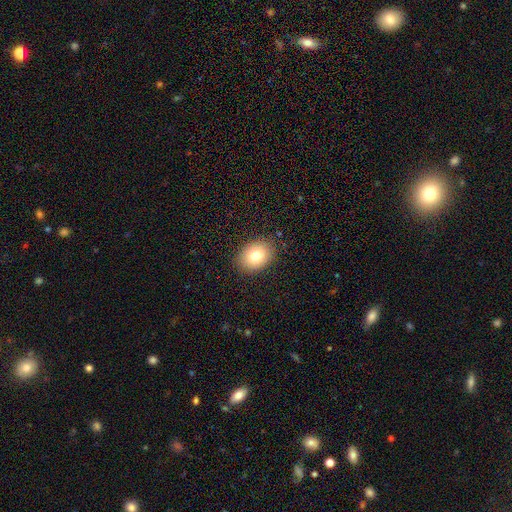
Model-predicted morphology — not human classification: type=smooth (79%); roundness=in between (62%); merging=none (87%).